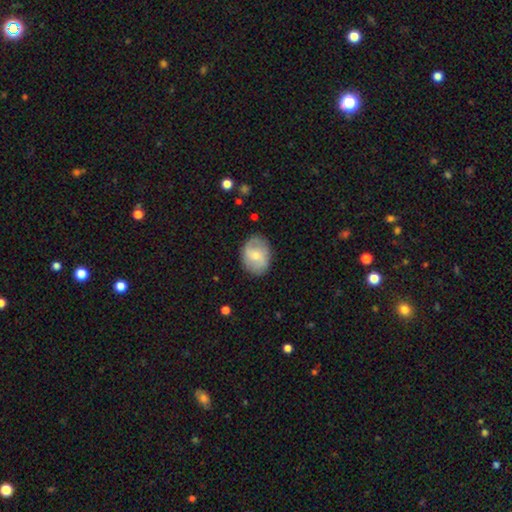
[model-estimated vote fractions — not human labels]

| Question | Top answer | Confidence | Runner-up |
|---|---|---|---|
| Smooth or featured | smooth | 48% | featured or disk (46%) |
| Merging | none | 80% | minor disturbance (14%) |